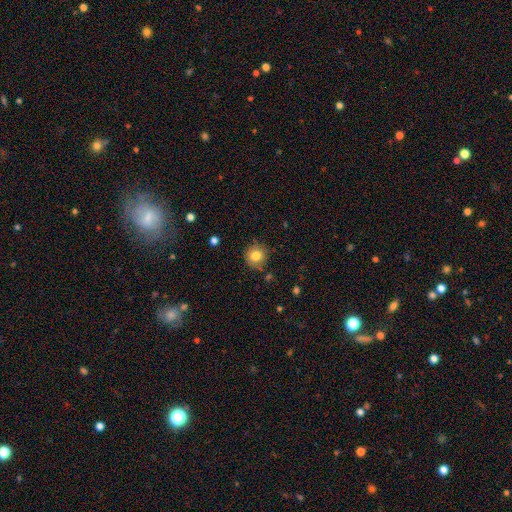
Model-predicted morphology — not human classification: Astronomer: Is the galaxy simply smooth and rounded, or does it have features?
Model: smooth — 81%.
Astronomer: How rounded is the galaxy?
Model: round — 92%.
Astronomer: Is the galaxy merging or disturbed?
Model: none — 84%.